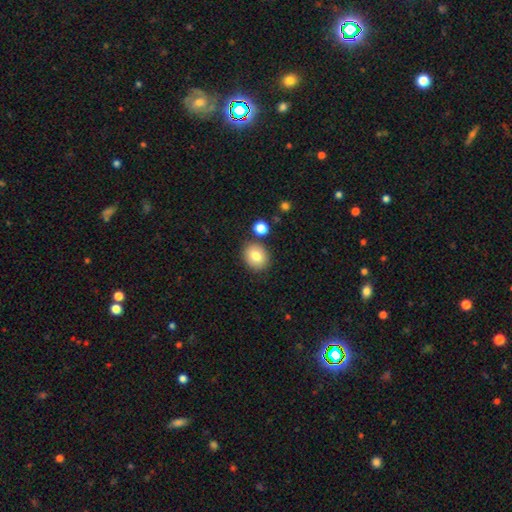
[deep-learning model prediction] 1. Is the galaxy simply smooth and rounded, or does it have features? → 80% smooth, 11% featured or disk, 10% star or artifact.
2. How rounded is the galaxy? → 63% round, 37% in between, 1% cigar-shaped.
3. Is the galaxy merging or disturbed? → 81% none, 10% minor disturbance, 7% merger, 3% major disturbance.